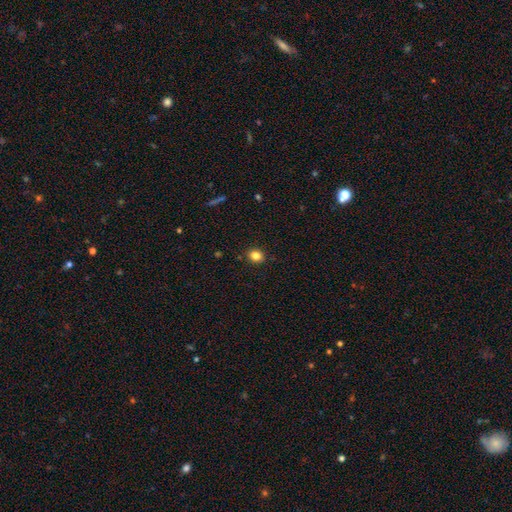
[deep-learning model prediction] The model was most divided on "how rounded": round: 62%, in between: 37%, cigar-shaped: 1%. More confident: merging — none (89%); smooth or featured — smooth (83%).